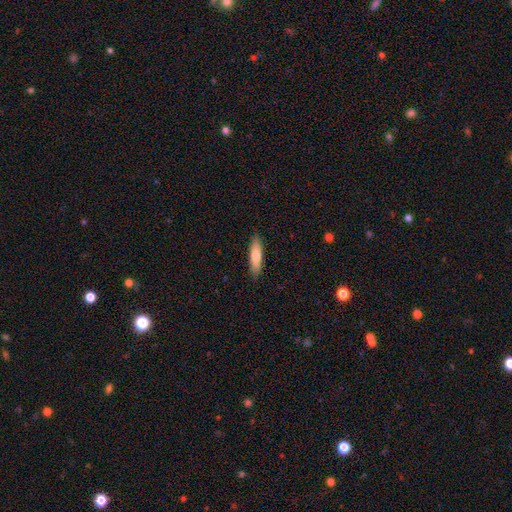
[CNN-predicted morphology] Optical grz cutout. It shows a smooth galaxy with no disk features (75%) that is cigar-shaped (71%). Merging: none (88%).